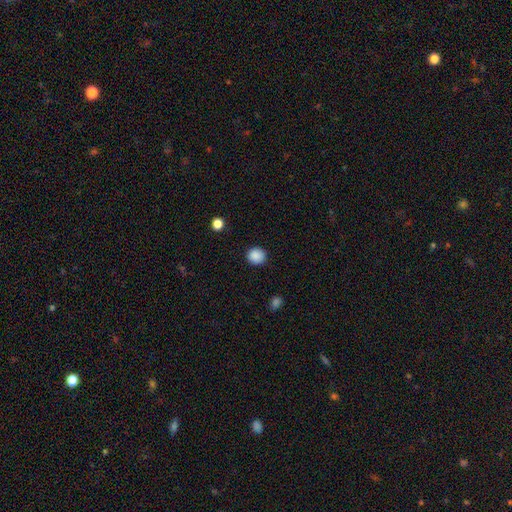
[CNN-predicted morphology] Overall: smooth (88%). How rounded: round (88%). Merging: none (90%).